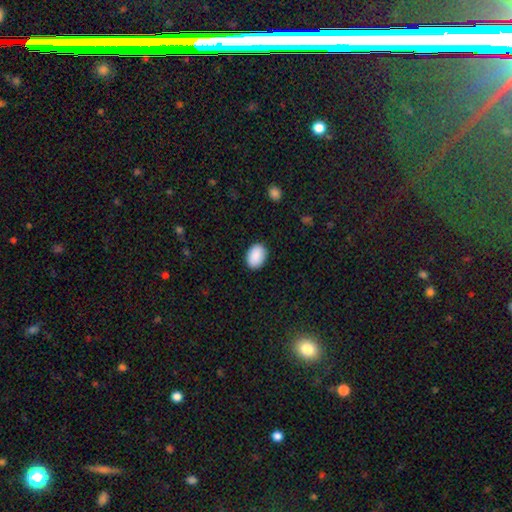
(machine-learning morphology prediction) A smooth galaxy with no disk features (91%) that is in between round and cigar-shaped (82%). Merging: none (89%).